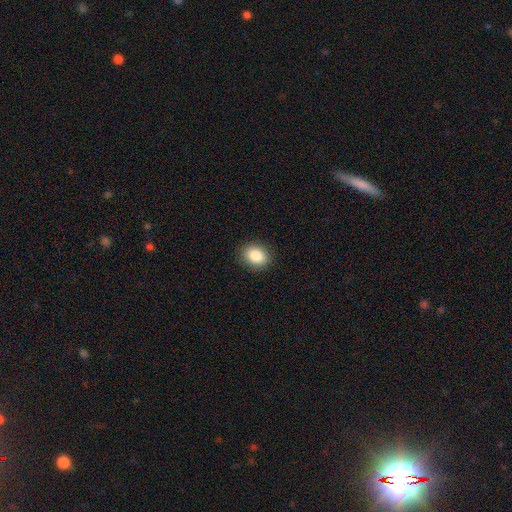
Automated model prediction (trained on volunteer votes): Morphology: type=smooth (86%); roundness=in between (52%); merging=none (89%).